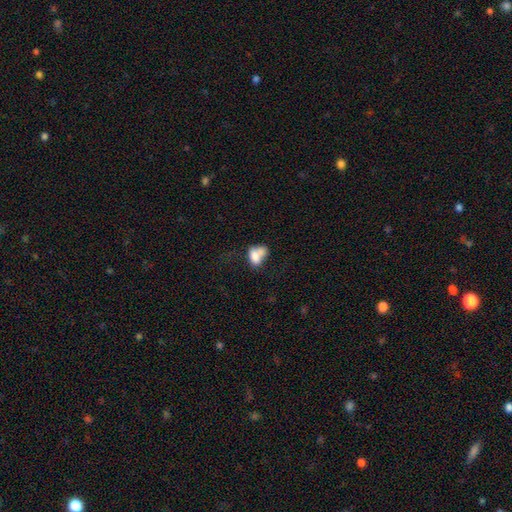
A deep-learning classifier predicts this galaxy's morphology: Smooth or featured: smooth — 72% (featured or disk — 18%)
How rounded: in between — 80% (round — 18%)
Merging: merger — 51% (none — 22%)